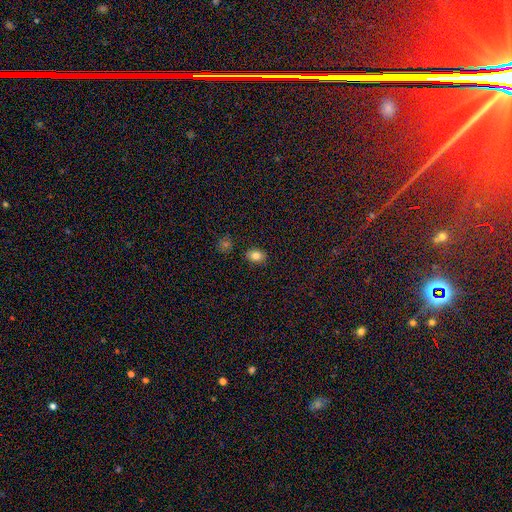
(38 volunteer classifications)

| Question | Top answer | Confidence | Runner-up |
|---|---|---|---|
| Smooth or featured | smooth | 82% | featured or disk (11%) |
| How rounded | in between | 52% | round (48%) |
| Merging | none | 89% | minor disturbance (6%) |